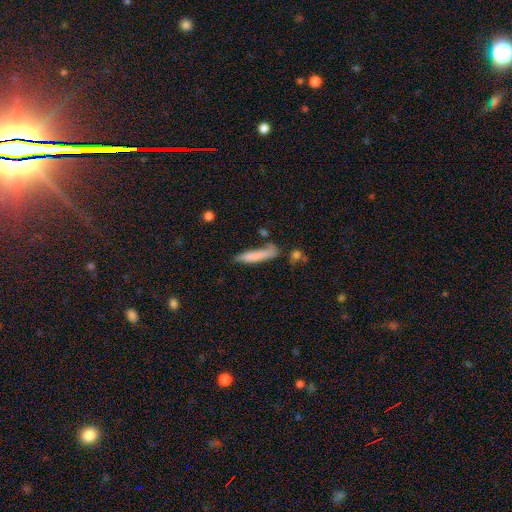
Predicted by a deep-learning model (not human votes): Smooth or featured: smooth — 77% (featured or disk — 17%)
How rounded: cigar-shaped — 86% (in between — 13%)
Merging: none — 58% (minor disturbance — 23%)